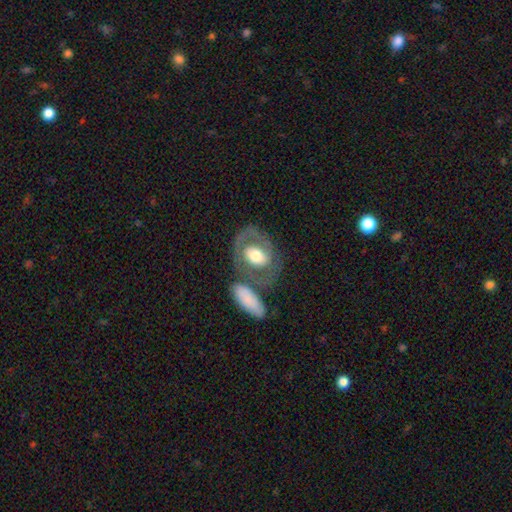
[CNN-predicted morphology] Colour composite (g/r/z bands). It shows a featured or disk galaxy (57%) with no bar (59%), no spiral arms (53%) and a moderate central bulge (54%). Merging: none (55%).